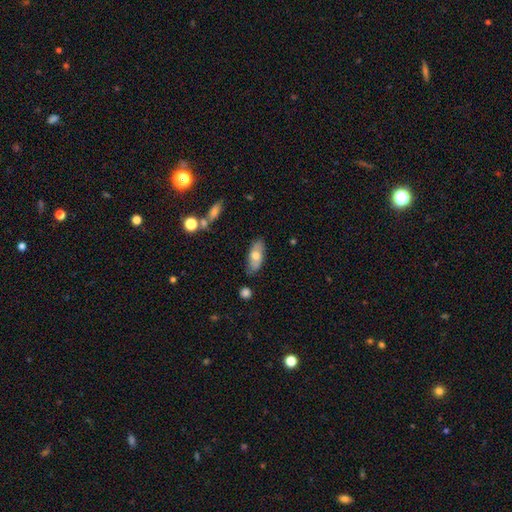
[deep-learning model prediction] smooth-or-featured: smooth: 63% | featured or disk: 30% | star or artifact: 6%
  how-rounded: in between: 83% | cigar-shaped: 14% | round: 3%
  merging: none: 80% | minor disturbance: 15% | major disturbance: 3% | merger: 3%